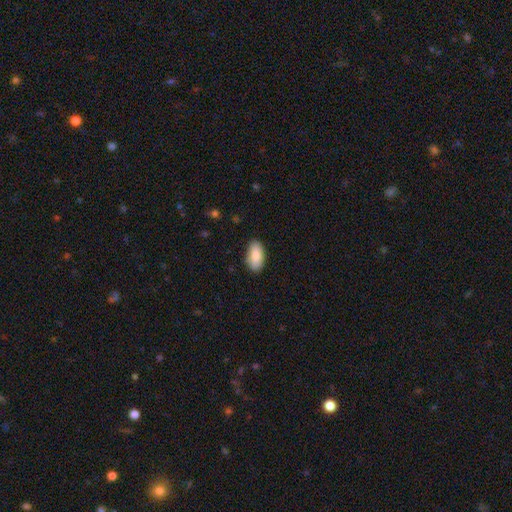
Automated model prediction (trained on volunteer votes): Smooth or featured? Predicted: smooth (p=0.85). How rounded? Predicted: in between (p=0.92). Merging? Predicted: none (p=0.85).